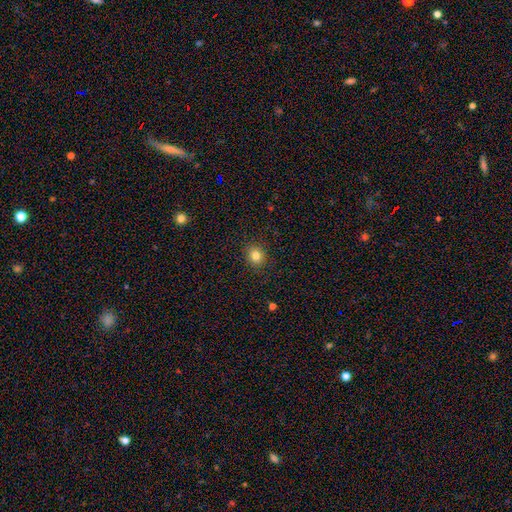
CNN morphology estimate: Smooth or featured?
  - smooth: 82% *
  - star or artifact: 12%
  - featured or disk: 6%
How rounded?
  - round: 77% *
  - in between: 22%
  - cigar-shaped: 1%
Merging?
  - none: 90% *
  - minor disturbance: 7%
  - major disturbance: 2%
  - merger: 1%